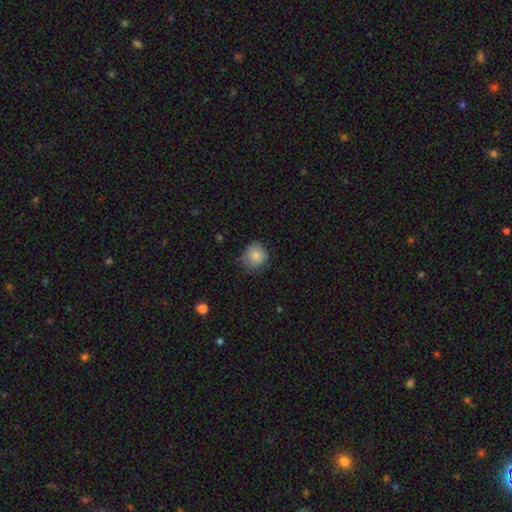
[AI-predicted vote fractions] The model was most divided on "merging": none: 68%, minor disturbance: 25%, major disturbance: 6%, merger: 1%. More confident: how rounded — round (85%); smooth or featured — smooth (83%).